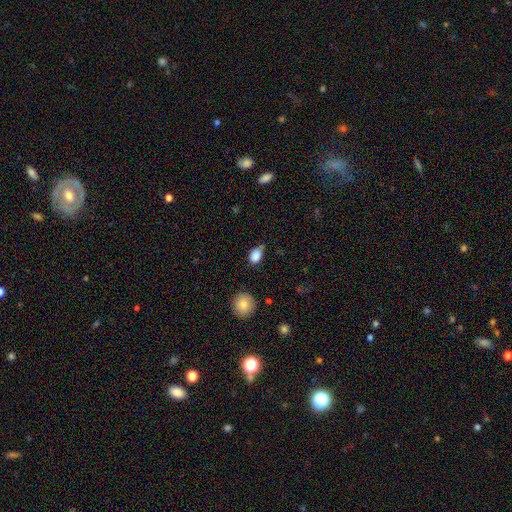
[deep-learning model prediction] The model was most divided on "merging": none: 59%, minor disturbance: 28%, major disturbance: 7%, merger: 6%. More confident: smooth or featured — smooth (86%); how rounded — in between (76%).